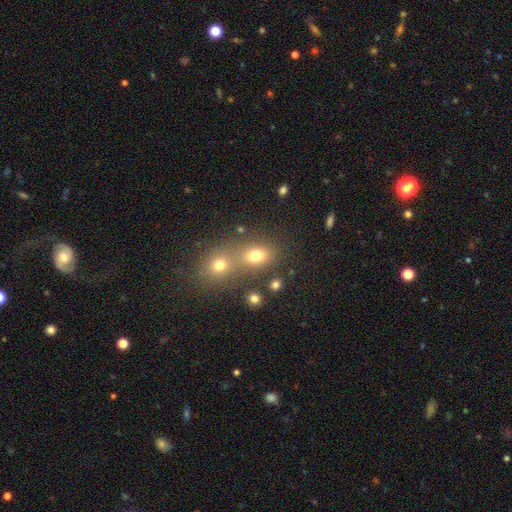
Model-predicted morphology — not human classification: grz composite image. It shows a smooth galaxy with no disk features (73%) that is in between round and cigar-shaped (54%). Merging: none (47%).